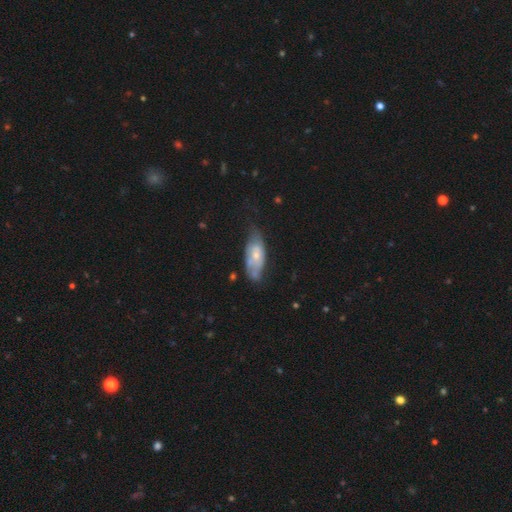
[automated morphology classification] A featured or disk galaxy (47%, tied with smooth).

Vote fractions:
- Smooth or featured? featured or disk: 47% (tied) / smooth: 47% (tied) / star or artifact: 6%
- Merging? none: 43% / minor disturbance: 36% / major disturbance: 15% / merger: 6%